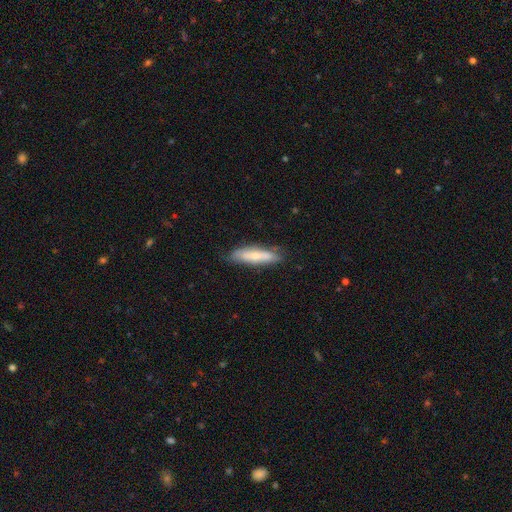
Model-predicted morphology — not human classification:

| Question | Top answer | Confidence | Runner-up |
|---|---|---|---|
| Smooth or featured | smooth | 57% | featured or disk (37%) |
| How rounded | cigar-shaped | 71% | in between (27%) |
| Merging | none | 75% | minor disturbance (19%) |